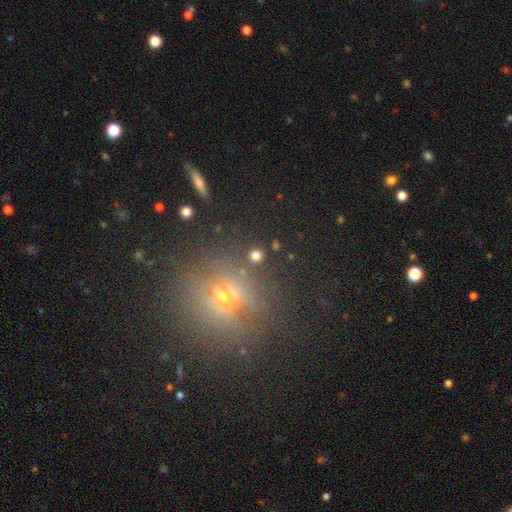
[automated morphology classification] A smooth galaxy with no disk features (76%) that is round (87%). Merging: none (86%).